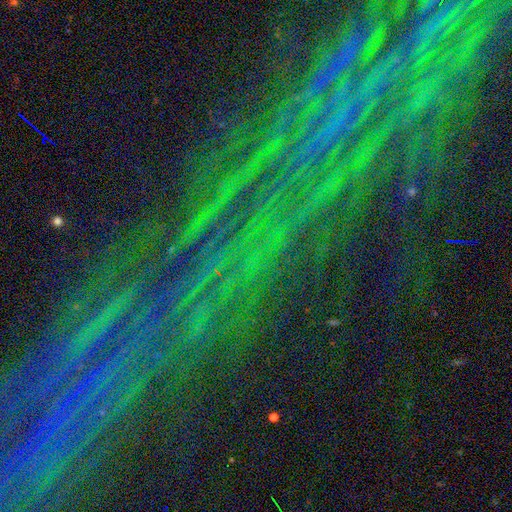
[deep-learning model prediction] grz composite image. It shows a star or artifact, not a galaxy (83%).